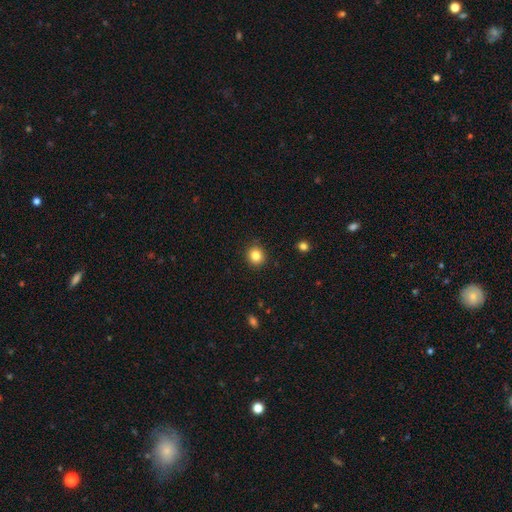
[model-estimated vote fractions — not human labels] The model was most divided on "how rounded": round: 84%, in between: 15%, cigar-shaped: 1%. More confident: merging — none (89%); smooth or featured — smooth (84%).